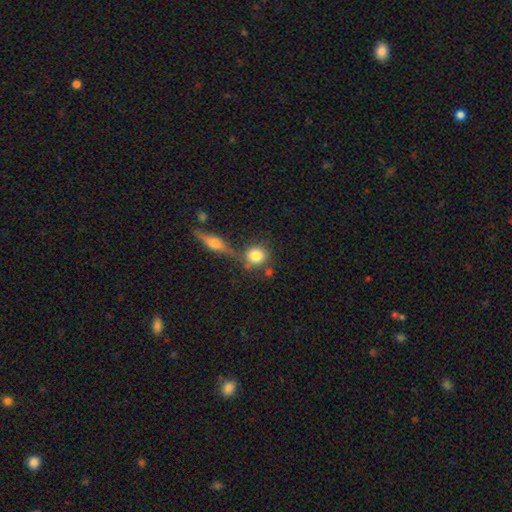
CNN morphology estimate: This is likely a smooth galaxy (77%). How rounded: clearly round (85%). Merging: likely none (65%).